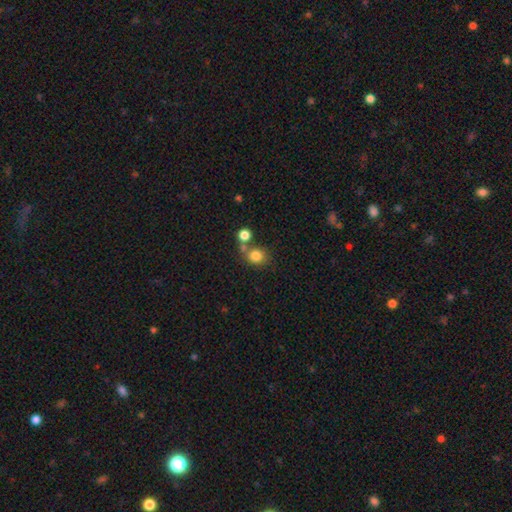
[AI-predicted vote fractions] Morphology: type=smooth (80%); roundness=round (79%); merging=none (60%).